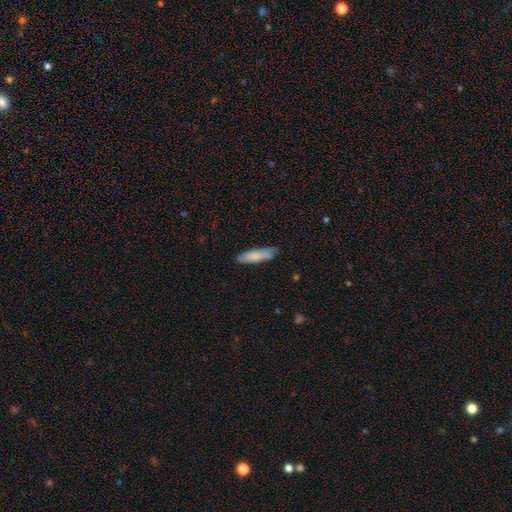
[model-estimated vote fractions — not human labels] smooth-or-featured: smooth: 77% | featured or disk: 17% | star or artifact: 6%
  how-rounded: cigar-shaped: 70% | in between: 29% | round: 2%
  merging: none: 75% | minor disturbance: 20% | major disturbance: 3% | merger: 2%